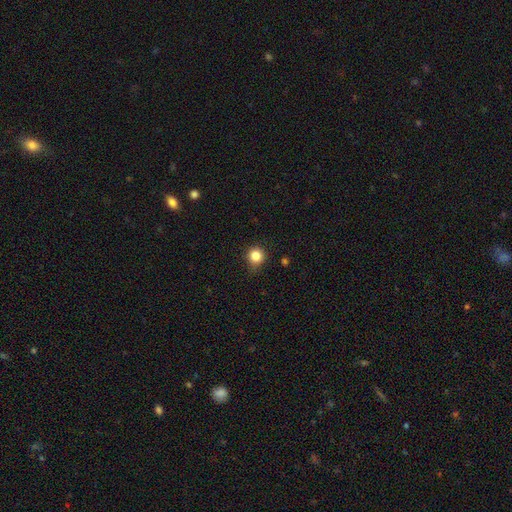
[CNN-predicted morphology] smooth_or_featured: smooth (p=0.84) [alt: star or artifact p=0.12]
how_rounded: round (p=0.92) [alt: in between p=0.07]
merging: none (p=0.79) [alt: minor disturbance p=0.16]